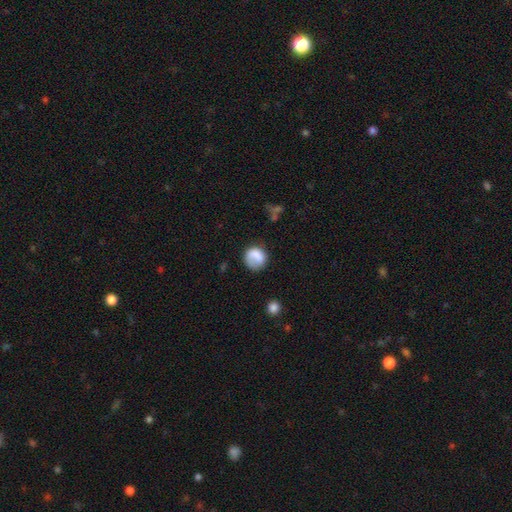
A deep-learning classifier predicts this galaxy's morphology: A smooth galaxy with no disk features (77%) that is round (83%). Merging: none (63%).